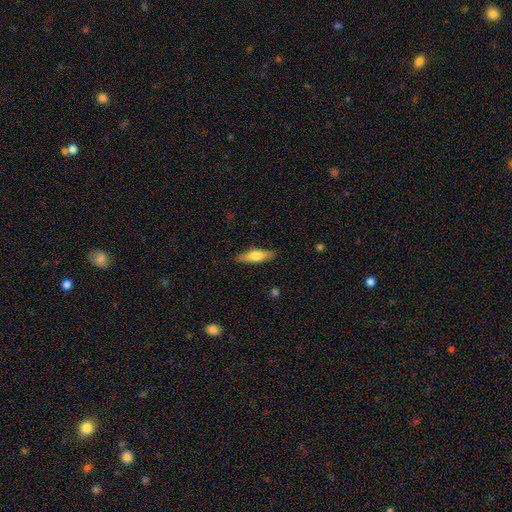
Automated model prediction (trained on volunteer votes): smooth 63%, featured or disk 31%, star or artifact 6%. Down the decision tree: how rounded — cigar-shaped (54%); merging — none (87%).